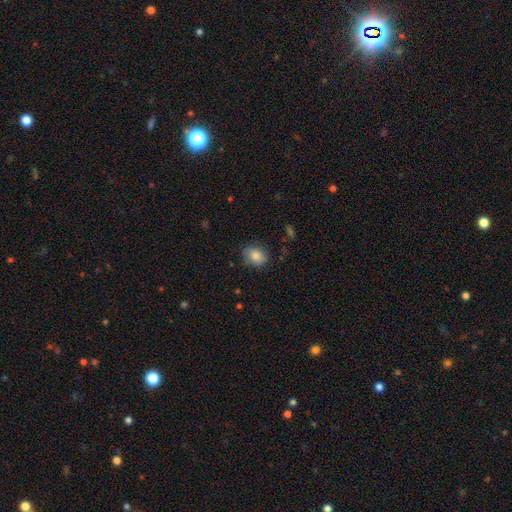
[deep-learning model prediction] Smooth or featured?
  - smooth: 82% *
  - featured or disk: 9%
  - star or artifact: 8%
How rounded?
  - round: 54% *
  - in between: 45%
  - cigar-shaped: 1%
Merging?
  - none: 79% *
  - minor disturbance: 16%
  - major disturbance: 4%
  - merger: 1%